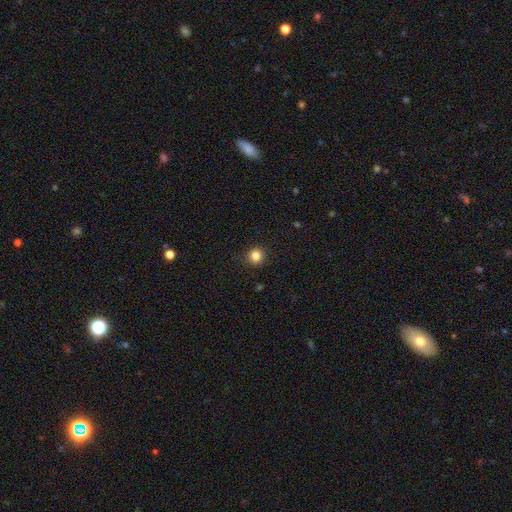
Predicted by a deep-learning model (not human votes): This is clearly a smooth galaxy (84%). How rounded: clearly round (92%). Merging: clearly none (90%).